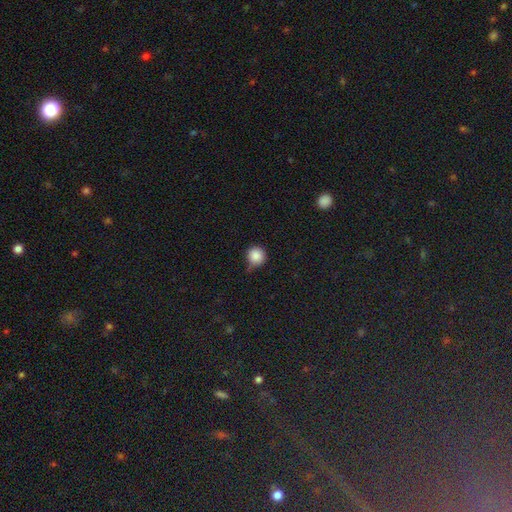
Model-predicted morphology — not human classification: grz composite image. It shows a smooth galaxy with no disk features (87%) that is round (95%). Merging: none (65%).